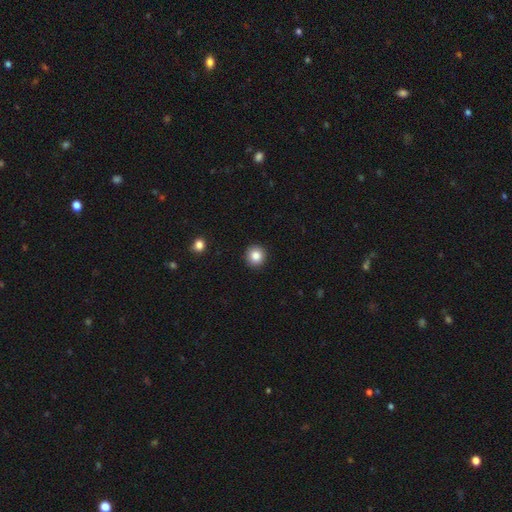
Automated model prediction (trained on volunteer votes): Smooth or featured? smooth (86%)
How rounded? round (93%)
Merging? none (92%)